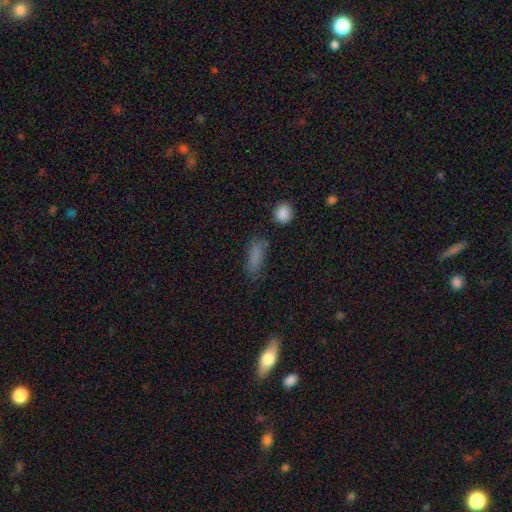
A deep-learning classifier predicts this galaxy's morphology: Smooth or featured? Predicted: smooth (p=0.77). How rounded? Predicted: in between (p=0.57). Merging? Predicted: none (p=0.68).